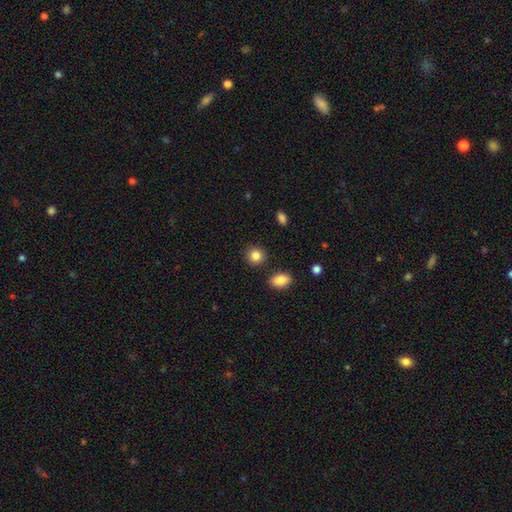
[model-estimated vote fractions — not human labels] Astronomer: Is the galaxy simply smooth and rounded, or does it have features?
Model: smooth — 86%.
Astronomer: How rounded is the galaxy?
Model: round — 87%.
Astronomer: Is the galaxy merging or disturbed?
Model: none — 89%.